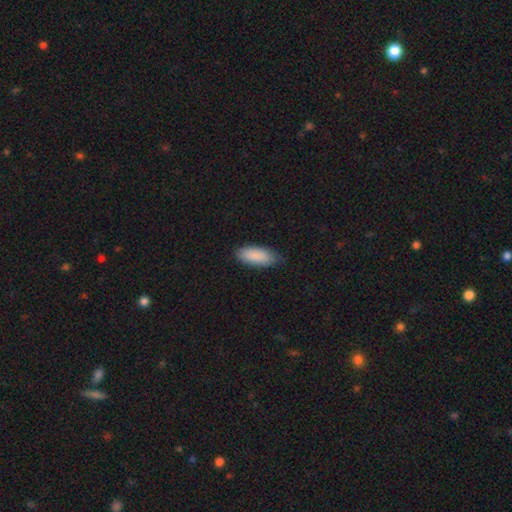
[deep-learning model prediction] Smooth or featured: smooth — 89% (star or artifact — 6%)
How rounded: in between — 79% (cigar-shaped — 20%)
Merging: none — 77% (minor disturbance — 19%)